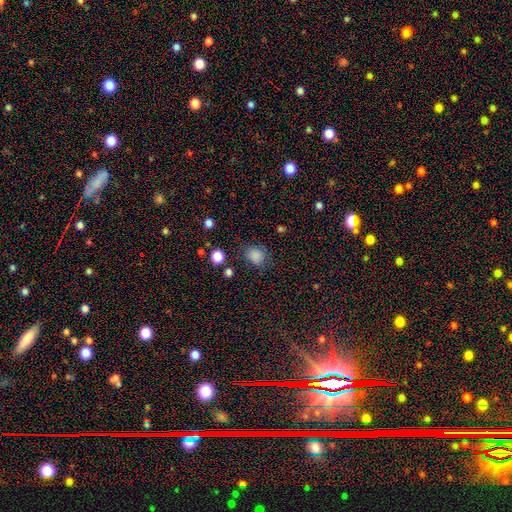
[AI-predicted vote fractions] Q: Smooth or featured?
A: smooth (82%); runner-up: star or artifact (14%)
Q: How rounded?
A: round (68%); runner-up: in between (31%)
Q: Merging?
A: none (76%); runner-up: minor disturbance (17%)